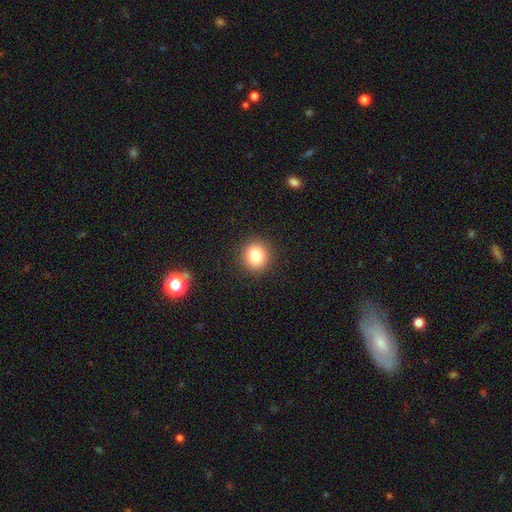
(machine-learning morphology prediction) Smooth or featured? Predicted: smooth (p=0.82). How rounded? Predicted: round (p=0.89). Merging? Predicted: none (p=0.91).